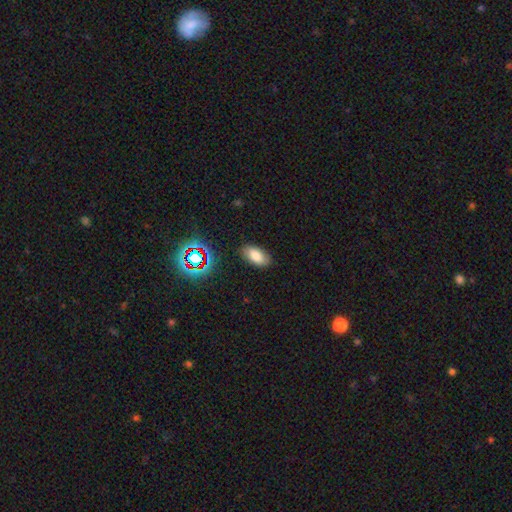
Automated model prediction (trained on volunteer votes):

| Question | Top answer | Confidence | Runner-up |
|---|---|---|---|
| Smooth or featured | smooth | 78% | star or artifact (13%) |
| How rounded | in between | 93% | round (4%) |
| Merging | none | 85% | minor disturbance (11%) |